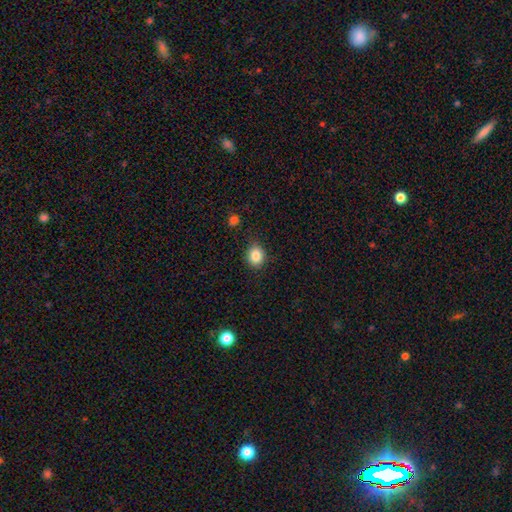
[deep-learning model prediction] Smooth or featured? Predicted: smooth (p=0.85). How rounded? Predicted: round (p=0.61). Merging? Predicted: none (p=0.83).